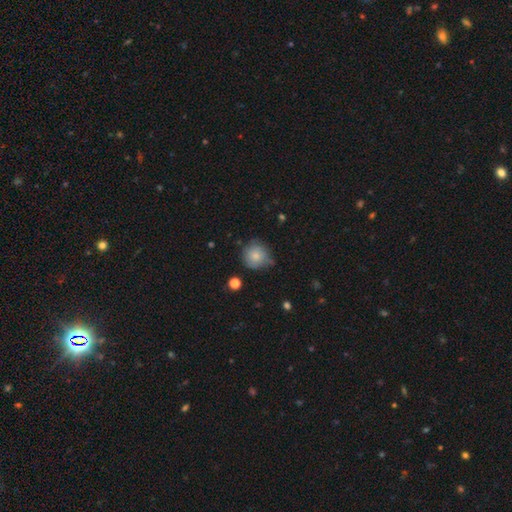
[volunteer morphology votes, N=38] Smooth or featured?
  - smooth: 87% *
  - featured or disk: 8%
  - star or artifact: 5%
How rounded?
  - round: 85% *
  - in between: 15%
  - cigar-shaped: 0%
Merging?
  - none: 67% *
  - minor disturbance: 22%
  - major disturbance: 8%
  - merger: 3%